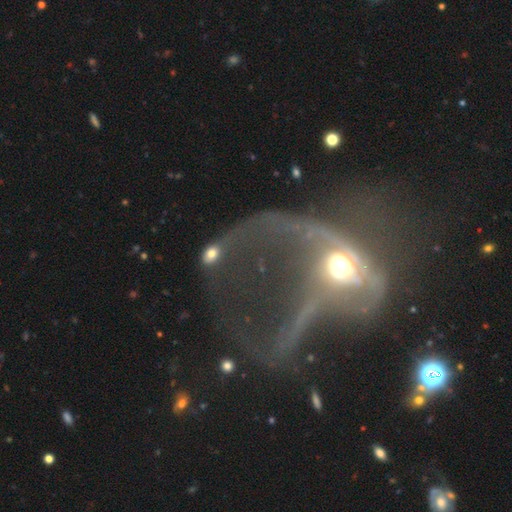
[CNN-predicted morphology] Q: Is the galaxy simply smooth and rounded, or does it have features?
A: featured or disk — 65%.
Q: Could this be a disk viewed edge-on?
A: no — 86%.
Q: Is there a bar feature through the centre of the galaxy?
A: no — 65%.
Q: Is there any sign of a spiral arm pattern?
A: no — 62%.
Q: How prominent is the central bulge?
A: moderate — 60%.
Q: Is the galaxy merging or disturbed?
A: major disturbance — 63%.